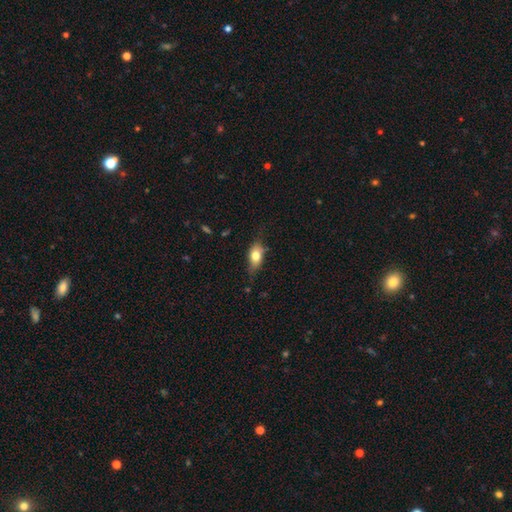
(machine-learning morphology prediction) Smooth or featured? smooth (72%)
How rounded? in between (82%)
Merging? none (64%)